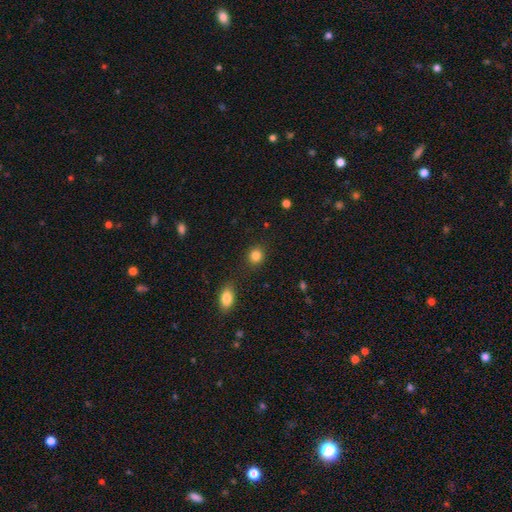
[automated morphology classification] This appears to be a smooth galaxy with no disk features (85%) that is round (85%). Merging: none (88%).